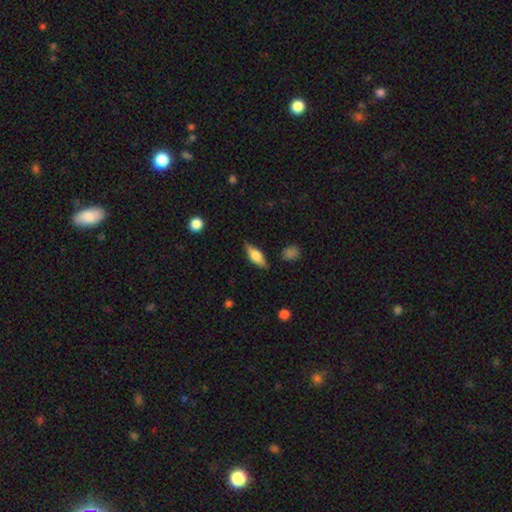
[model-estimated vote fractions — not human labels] Morphology: type=featured or disk (49%); merging=none (82%).